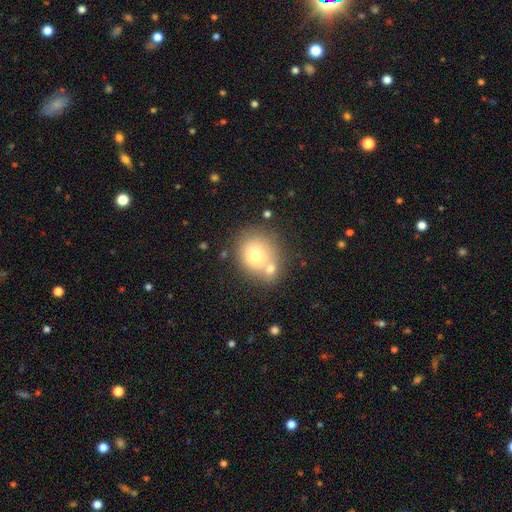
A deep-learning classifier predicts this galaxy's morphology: type=smooth (71%); roundness=round (72%); merging=none (55%).